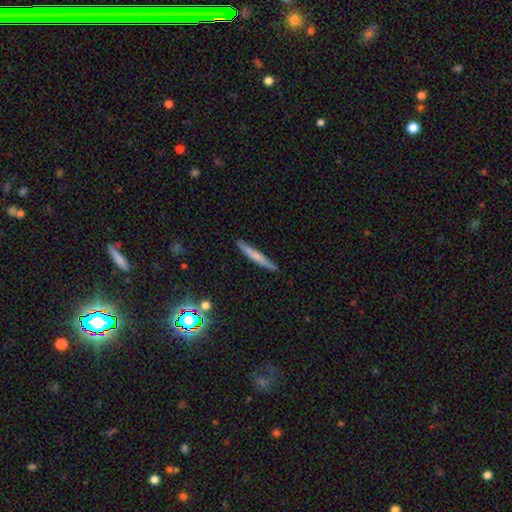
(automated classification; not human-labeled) Smooth or featured: smooth — 56% (featured or disk — 36%)
How rounded: cigar-shaped — 95% (in between — 3%)
Merging: none — 88% (minor disturbance — 9%)